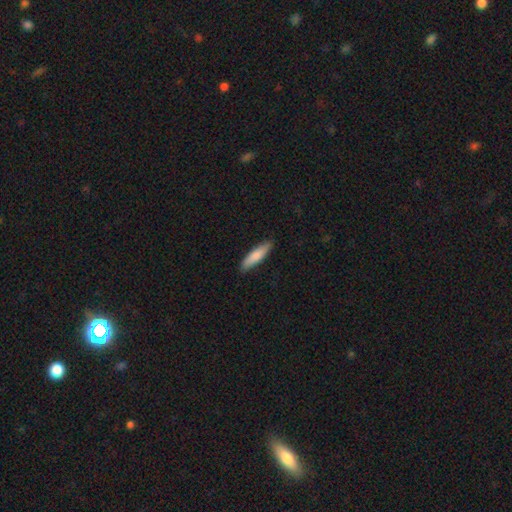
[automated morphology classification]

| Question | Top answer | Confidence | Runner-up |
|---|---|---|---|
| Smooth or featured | smooth | 81% | featured or disk (14%) |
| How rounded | cigar-shaped | 76% | in between (23%) |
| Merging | none | 88% | minor disturbance (10%) |